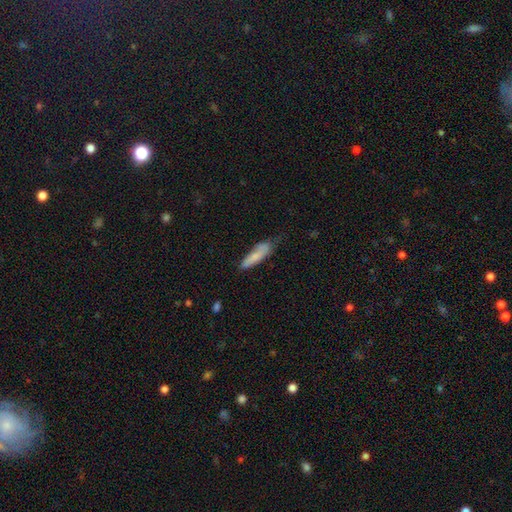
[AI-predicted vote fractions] Morphology: type=smooth (74%); roundness=cigar-shaped (66%); merging=none (59%).